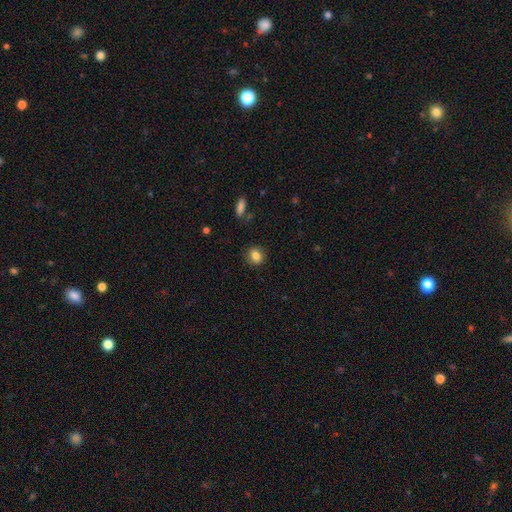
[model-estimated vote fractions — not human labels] Smooth or featured? smooth (84%)
How rounded? round (68%)
Merging? none (86%)